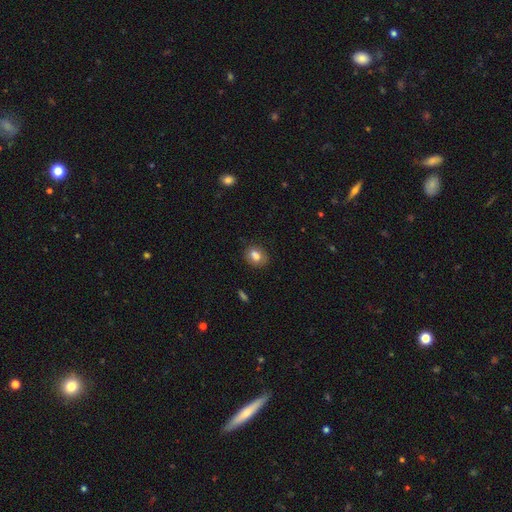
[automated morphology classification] This appears to be a smooth galaxy with no disk features (78%) that is in between round and cigar-shaped (56%). Merging: none (71%).